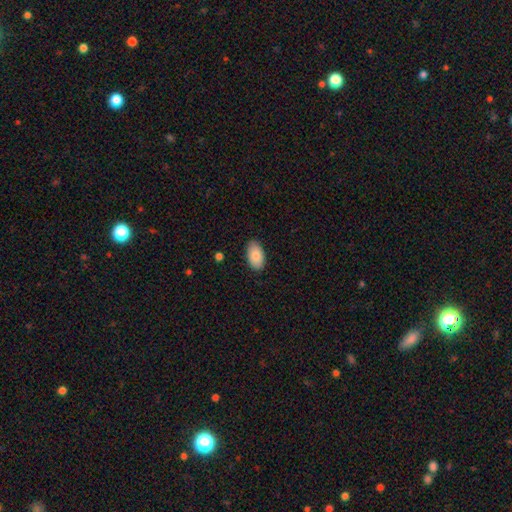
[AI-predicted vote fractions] This appears to be a smooth galaxy with no disk features (83%) that is in between round and cigar-shaped (95%). Merging: none (87%).